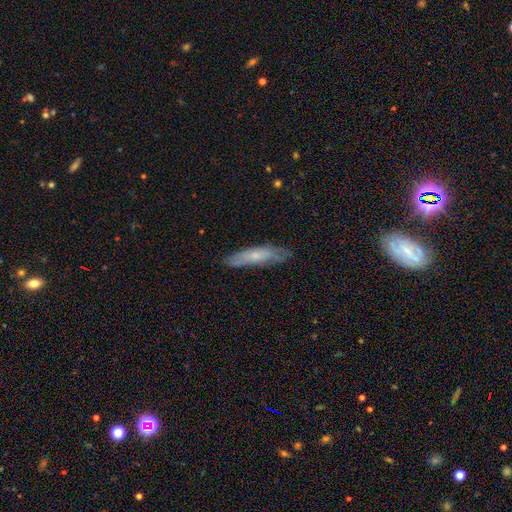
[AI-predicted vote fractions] Smooth or featured?
  - smooth: 53% *
  - featured or disk: 41%
  - star or artifact: 6%
How rounded?
  - cigar-shaped: 75% *
  - in between: 23%
  - round: 2%
Merging?
  - none: 78% *
  - minor disturbance: 17%
  - major disturbance: 4%
  - merger: 1%